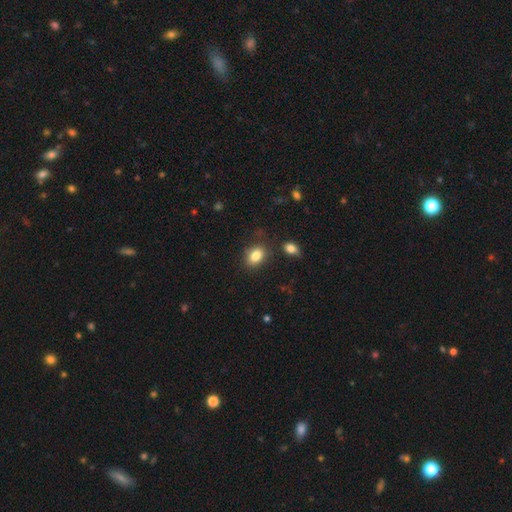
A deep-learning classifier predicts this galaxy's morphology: Smooth or featured: smooth — 84% (star or artifact — 9%)
How rounded: in between — 76% (round — 22%)
Merging: none — 80% (minor disturbance — 12%)